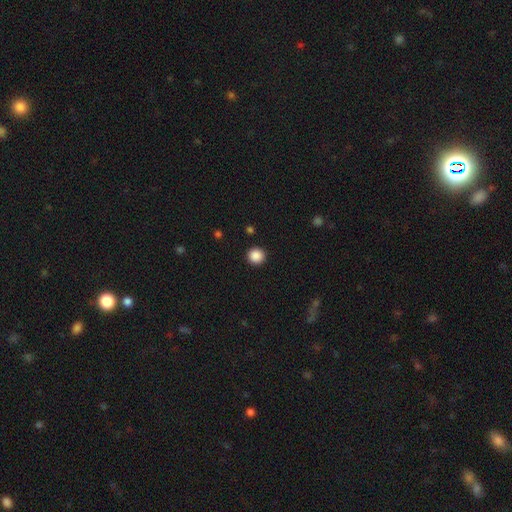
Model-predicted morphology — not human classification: This appears to be a smooth galaxy with no disk features (88%) that is round (94%). Merging: none (92%).